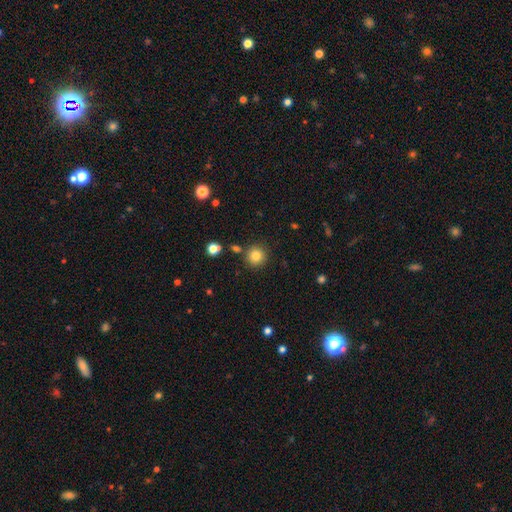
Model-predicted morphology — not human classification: This appears to be a smooth galaxy with no disk features (83%) that is round (93%). Merging: none (85%).